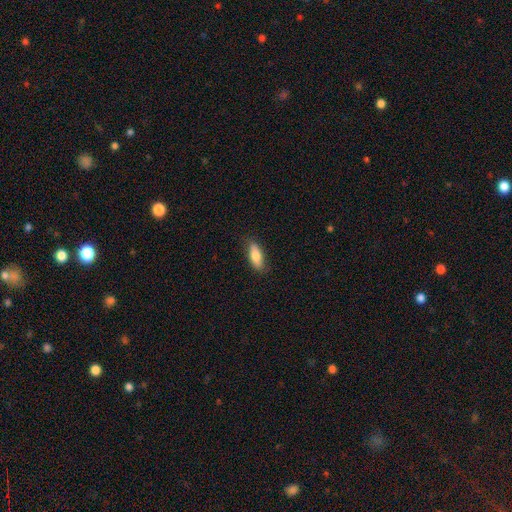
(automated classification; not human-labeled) A smooth galaxy with no disk features (77%) that is in between round and cigar-shaped (70%). Merging: none (82%).